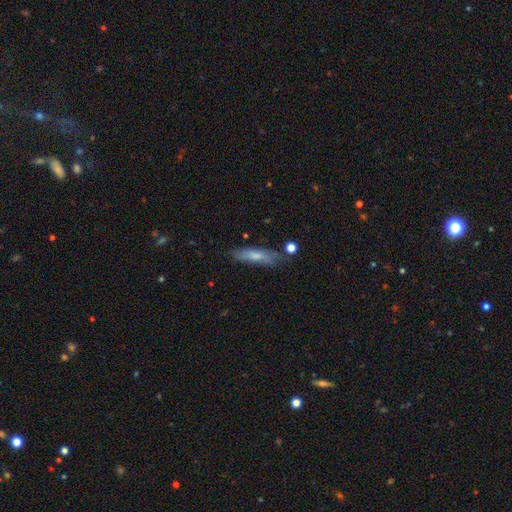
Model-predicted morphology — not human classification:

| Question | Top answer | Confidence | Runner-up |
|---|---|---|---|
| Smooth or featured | smooth | 68% | featured or disk (26%) |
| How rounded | cigar-shaped | 73% | in between (24%) |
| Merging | none | 71% | minor disturbance (19%) |